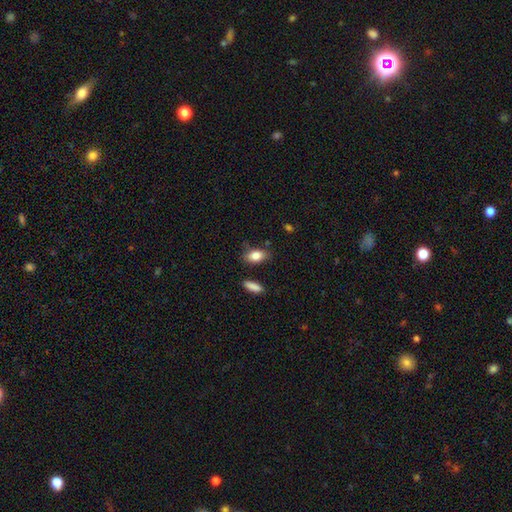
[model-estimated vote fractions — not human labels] Smooth or featured? Predicted: smooth (p=0.84). How rounded? Predicted: in between (p=0.86). Merging? Predicted: none (p=0.76).